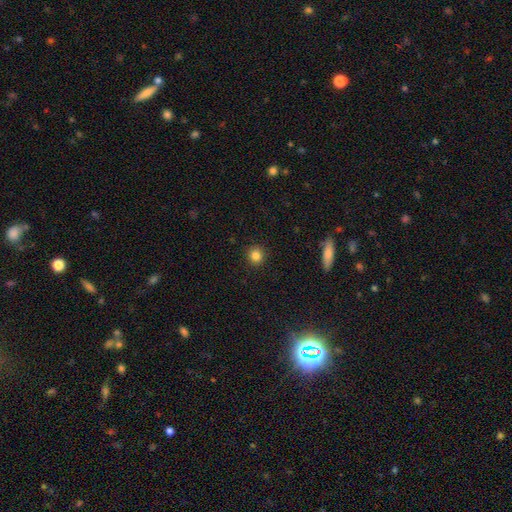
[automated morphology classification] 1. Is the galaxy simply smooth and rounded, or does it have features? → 84% smooth, 12% star or artifact, 5% featured or disk.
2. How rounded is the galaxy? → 92% round, 7% in between, 1% cigar-shaped.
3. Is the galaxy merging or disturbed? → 91% none, 6% minor disturbance, 2% major disturbance, 1% merger.